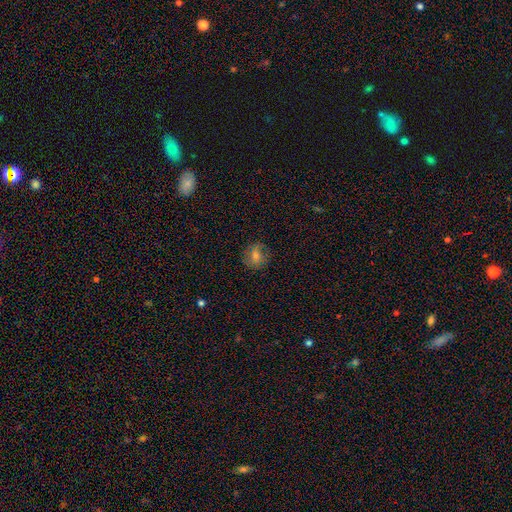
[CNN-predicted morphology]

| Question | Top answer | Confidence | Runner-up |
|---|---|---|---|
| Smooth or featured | smooth | 56% | featured or disk (29%) |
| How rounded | round | 81% | in between (18%) |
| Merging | none | 80% | minor disturbance (14%) |